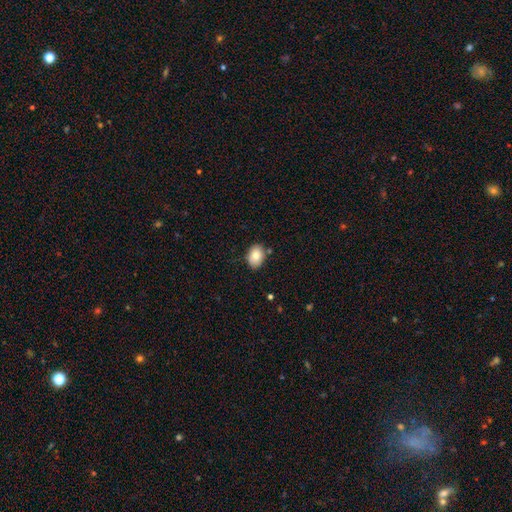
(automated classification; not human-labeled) A smooth galaxy with no disk features (81%) that is in between round and cigar-shaped (76%). Merging: none (80%).